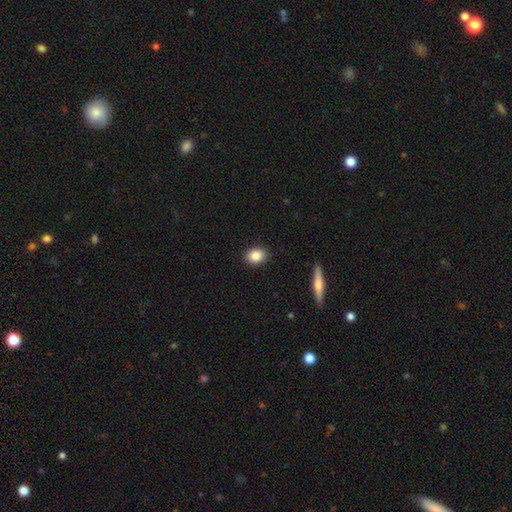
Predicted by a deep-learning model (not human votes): Smooth or featured: smooth — 86% (star or artifact — 8%)
How rounded: in between — 53% (round — 45%)
Merging: none — 90% (minor disturbance — 7%)